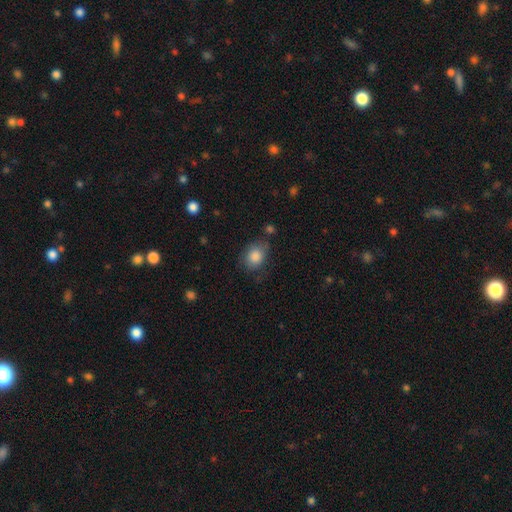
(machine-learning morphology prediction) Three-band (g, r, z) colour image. It shows a smooth galaxy with no disk features (85%) that is in between round and cigar-shaped (59%). Merging: none (66%).